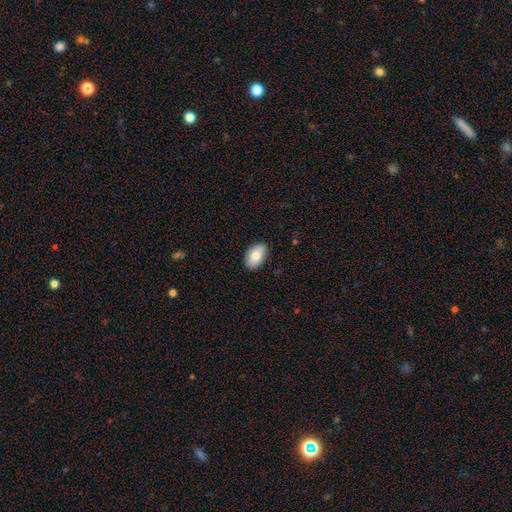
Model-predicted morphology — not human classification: type=smooth (83%); roundness=in between (92%); merging=none (84%).